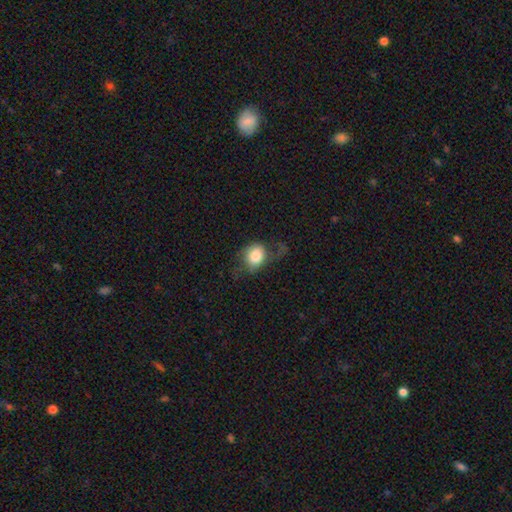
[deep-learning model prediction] Smooth or featured? Predicted: smooth (p=0.73). How rounded? Predicted: round (p=0.55). Merging? Predicted: none (p=0.38).